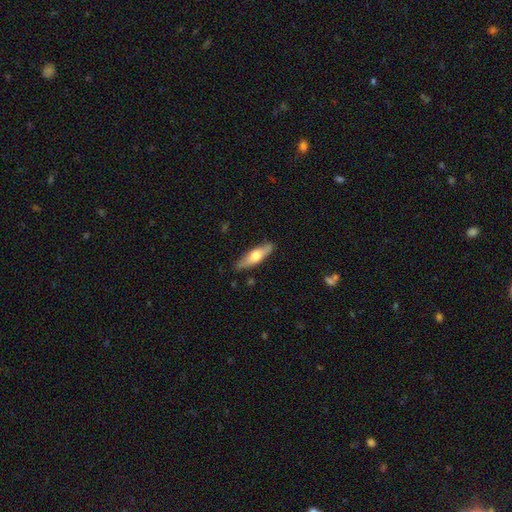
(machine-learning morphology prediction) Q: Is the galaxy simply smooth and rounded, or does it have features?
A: smooth — 52%.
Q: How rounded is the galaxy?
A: cigar-shaped — 63%.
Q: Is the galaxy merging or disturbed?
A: none — 84%.